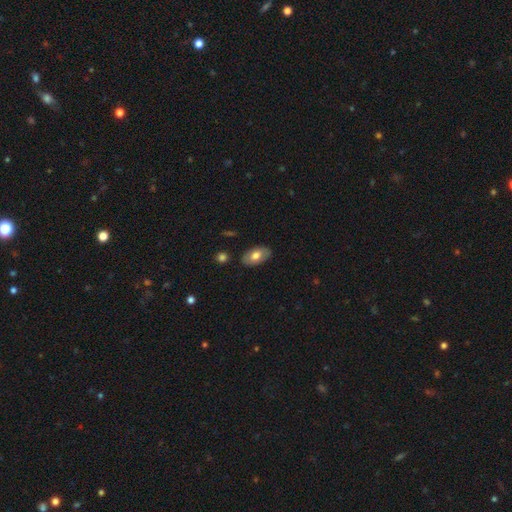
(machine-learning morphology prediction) The model was most divided on "smooth or featured": smooth: 67%, featured or disk: 27%, star or artifact: 6%. More confident: how rounded — in between (93%); merging — none (85%).